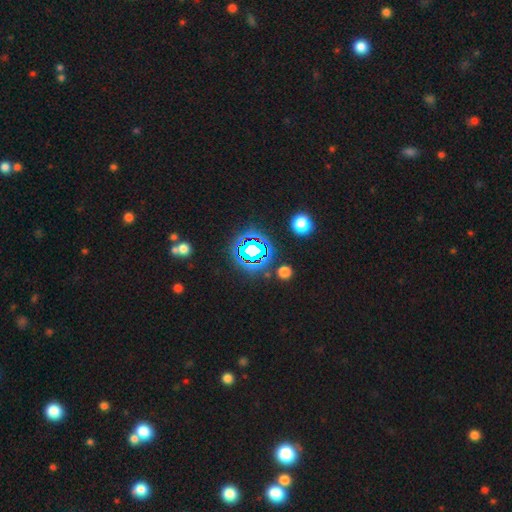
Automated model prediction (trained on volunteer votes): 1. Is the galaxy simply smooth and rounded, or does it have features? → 80% star or artifact, 13% smooth, 7% featured or disk.